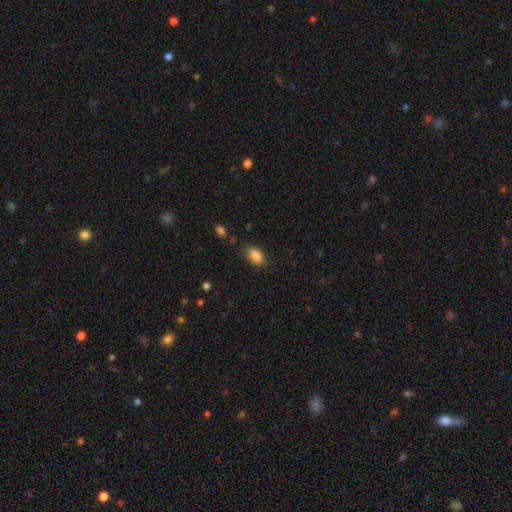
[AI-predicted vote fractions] smooth_or_featured: smooth (p=0.87) [alt: star or artifact p=0.08]
how_rounded: in between (p=0.91) [alt: round p=0.06]
merging: none (p=0.81) [alt: minor disturbance p=0.14]